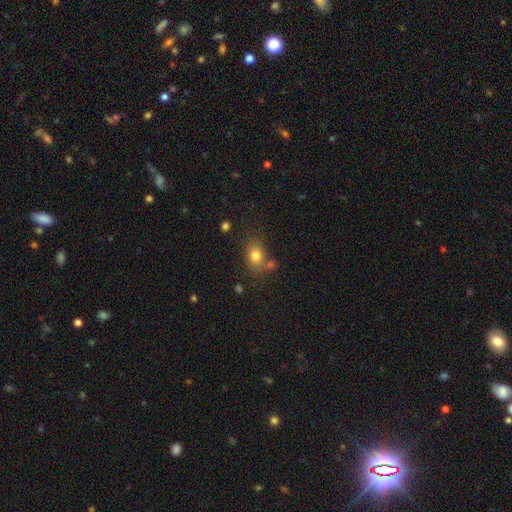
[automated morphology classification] The model was most divided on "how rounded": in between: 56%, round: 42%, cigar-shaped: 1%. More confident: smooth or featured — smooth (78%); merging — none (57%).